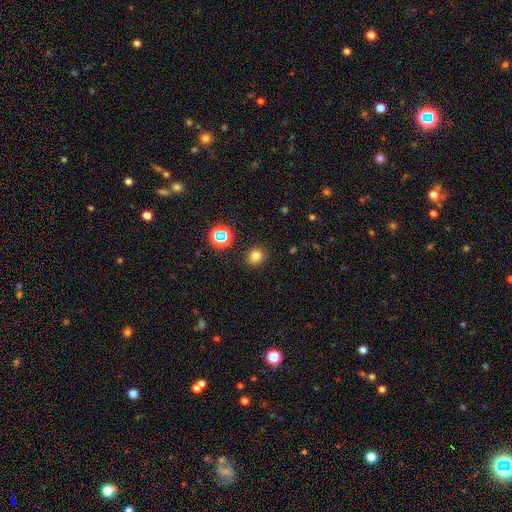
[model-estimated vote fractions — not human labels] Smooth or featured? Predicted: smooth (p=0.75). How rounded? Predicted: round (p=0.82). Merging? Predicted: none (p=0.89).